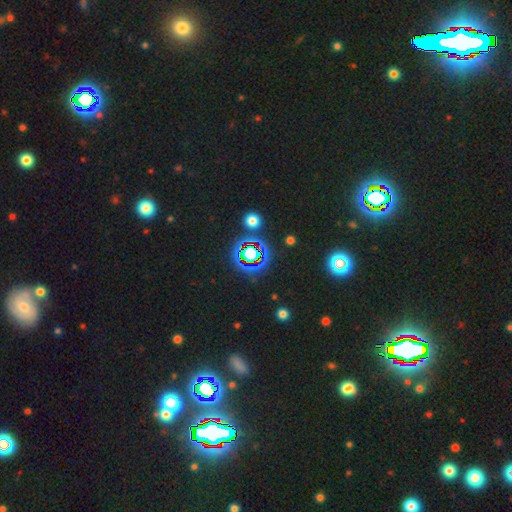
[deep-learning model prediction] Overall: star or artifact (79%).